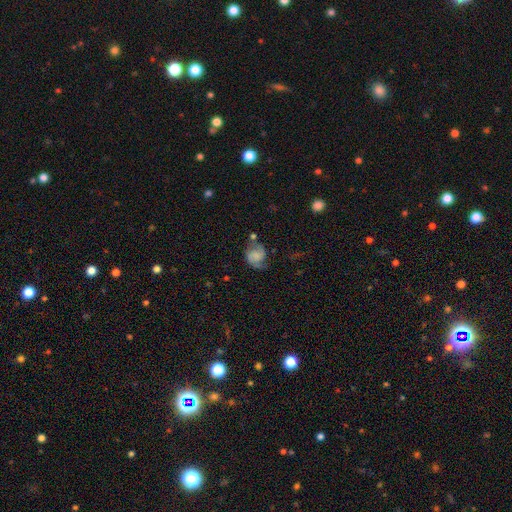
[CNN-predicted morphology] A featured or disk galaxy (60%) with no bar (61%), 2 (81%) medium (45%) spiral arms (90%) and no central bulge (49%).

Vote fractions:
- Smooth or featured? featured or disk: 60% / smooth: 31% / star or artifact: 9%
- Edge-on disk? no: 98% / yes: 2%
- Bar? no: 61% / weak: 32% / strong: 7%
- Spiral arms? yes: 90% / no: 10%
- Spiral winding? medium: 45% / loose: 31% / tight: 24%
- Spiral arm count? 2: 81% / 1: 9% / can't tell: 6% / 3: 1% / 4: 1% / more than 4: 1%
- Bulge size? none: 49% / small: 20% / moderate: 15% / large: 12% / dominant: 4%
- Merging? none: 53% / minor disturbance: 25% / major disturbance: 15% / merger: 7%